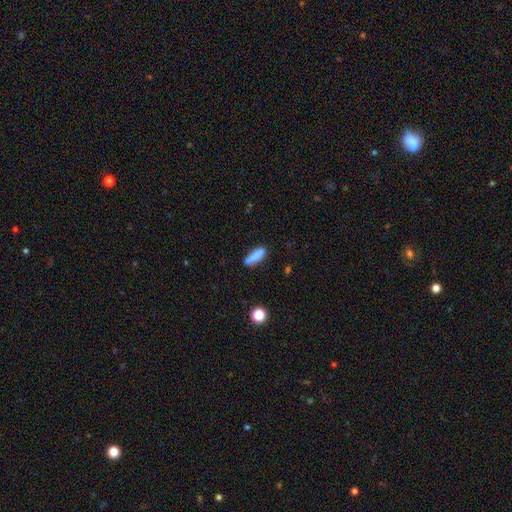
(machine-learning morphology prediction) A smooth galaxy with no disk features (82%) that is cigar-shaped (52%). Merging: none (68%).